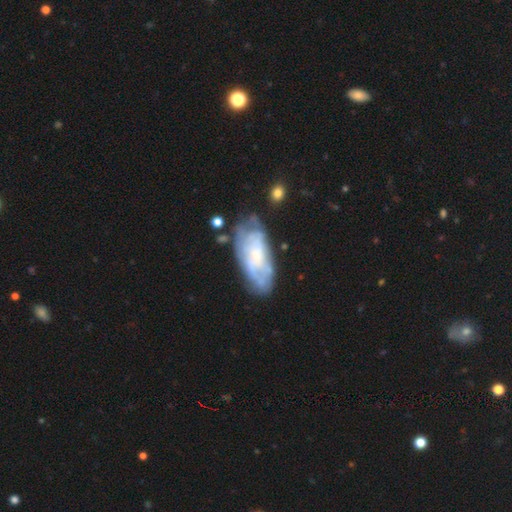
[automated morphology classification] smooth_or_featured: featured or disk (p=0.62) [alt: smooth p=0.31]
disk_edge_on: no (p=0.90) [alt: yes p=0.10]
bar: no (p=0.73) [alt: weak p=0.22]
has_spiral_arms: yes (p=0.67) [alt: no p=0.33]
bulge_size: small (p=0.63) [alt: moderate p=0.24]
merging: none (p=0.61) [alt: minor disturbance p=0.24]